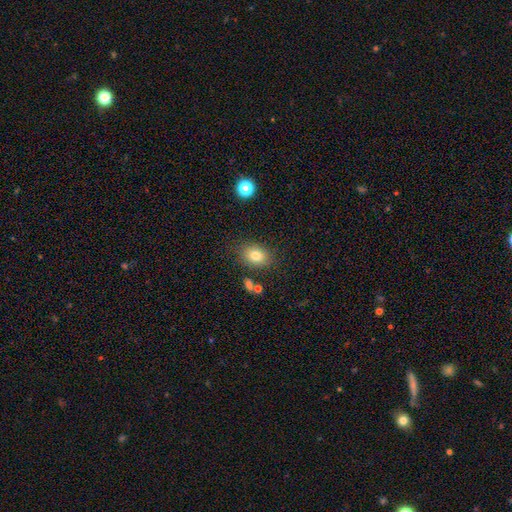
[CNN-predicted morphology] Smooth or featured? smooth (80%)
How rounded? in between (69%)
Merging? none (80%)